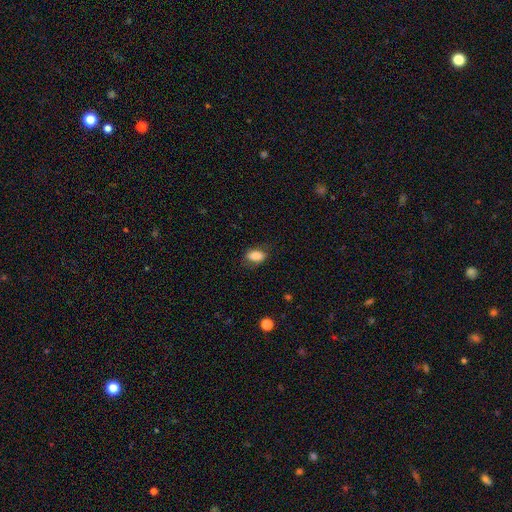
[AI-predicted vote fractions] Q: Smooth or featured?
A: smooth (82%); runner-up: featured or disk (10%)
Q: How rounded?
A: in between (87%); runner-up: round (10%)
Q: Merging?
A: none (75%); runner-up: minor disturbance (19%)